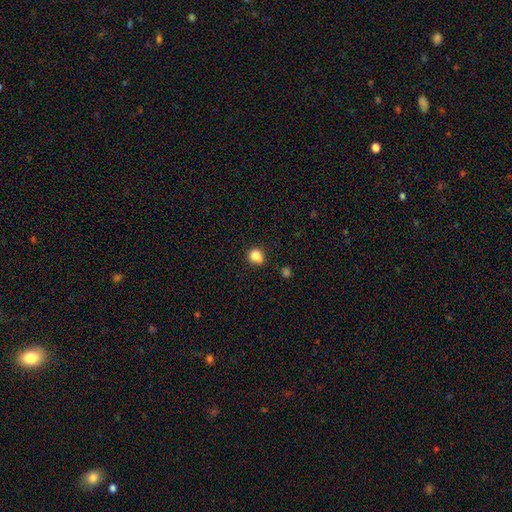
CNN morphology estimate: Smooth or featured? Predicted: smooth (p=0.85). How rounded? Predicted: round (p=0.79). Merging? Predicted: none (p=0.75).